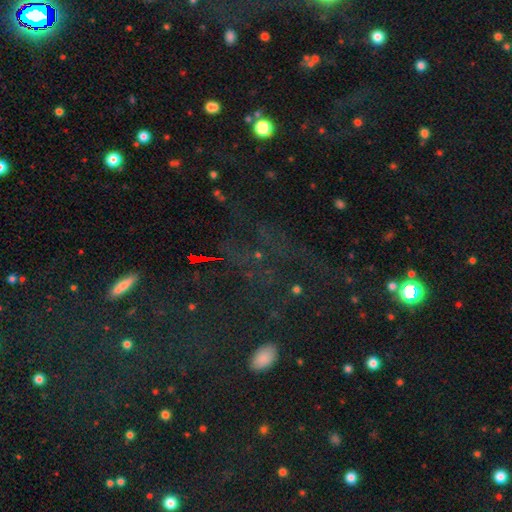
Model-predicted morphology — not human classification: Smooth or featured?
  - star or artifact: 65% *
  - smooth: 22%
  - featured or disk: 13%